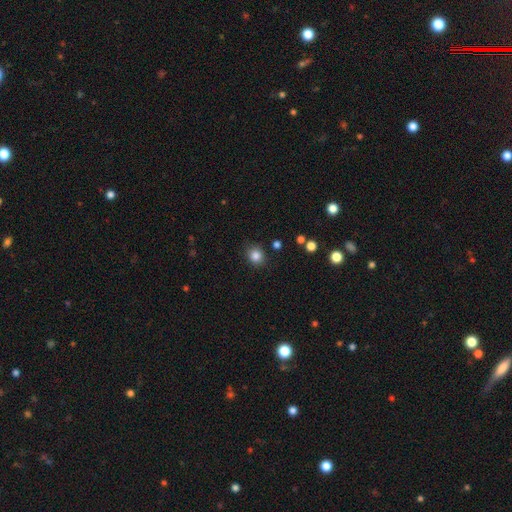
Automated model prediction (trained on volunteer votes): Overall: smooth (84%). How rounded: round (82%). Merging: none (86%).